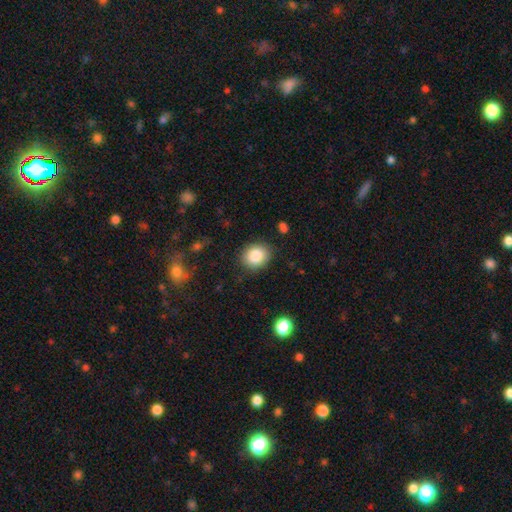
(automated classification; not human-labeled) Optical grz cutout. It shows a smooth galaxy with no disk features (85%) that is round (69%). Merging: none (86%).